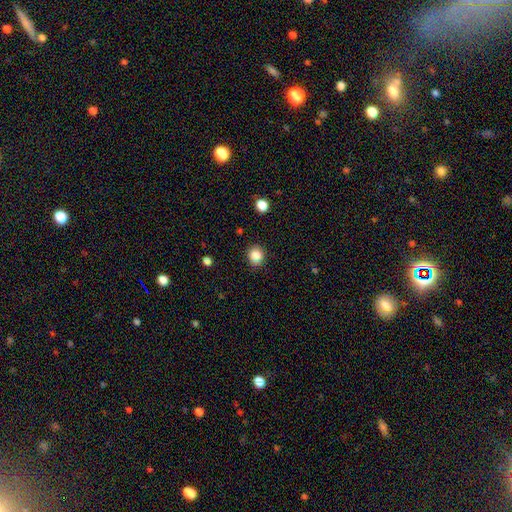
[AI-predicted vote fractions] Smooth or featured: smooth — 84% (star or artifact — 11%)
How rounded: round — 82% (in between — 17%)
Merging: none — 86% (minor disturbance — 10%)